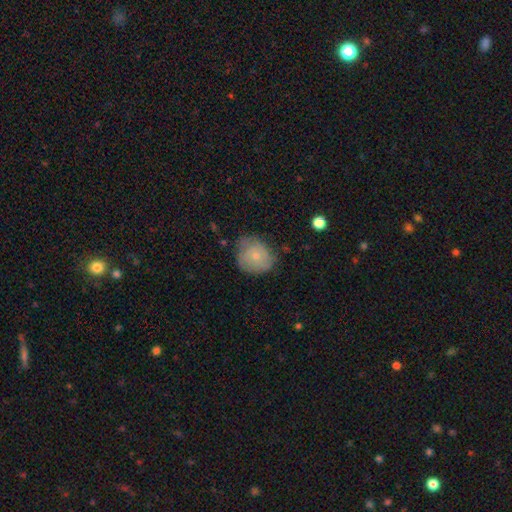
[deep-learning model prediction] Smooth or featured? Predicted: smooth (p=0.69). How rounded? Predicted: round (p=0.75). Merging? Predicted: none (p=0.56).